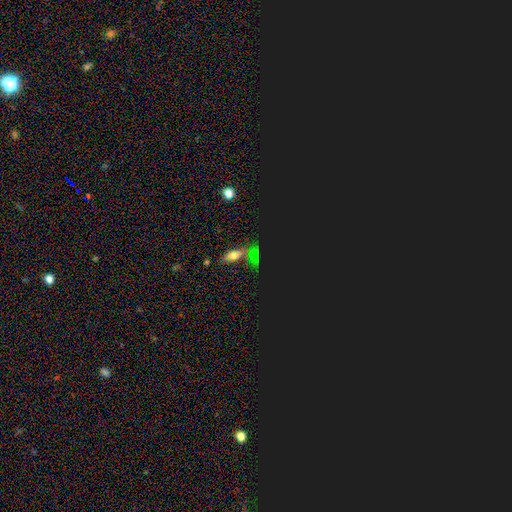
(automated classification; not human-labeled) A star or artifact, not a galaxy (58%).

Vote fractions:
- Smooth or featured? star or artifact: 58% / smooth: 29% / featured or disk: 13%